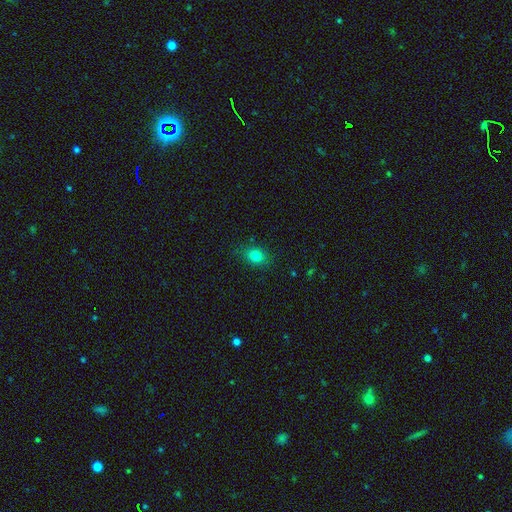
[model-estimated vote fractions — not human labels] This is likely a smooth galaxy (79%). How rounded: possibly in between (57%). Merging: clearly none (82%).